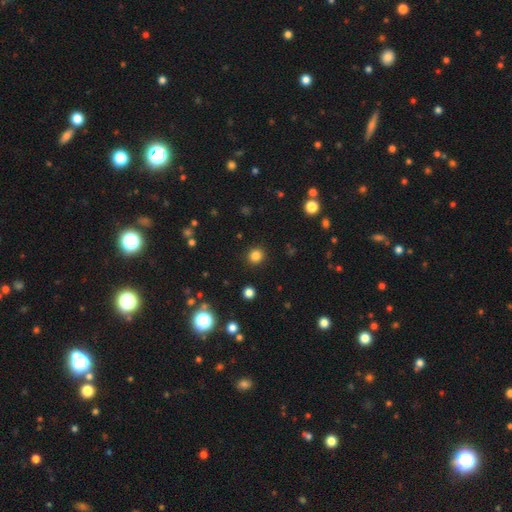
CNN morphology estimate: A smooth galaxy with no disk features (83%) that is round (89%). Merging: none (91%).